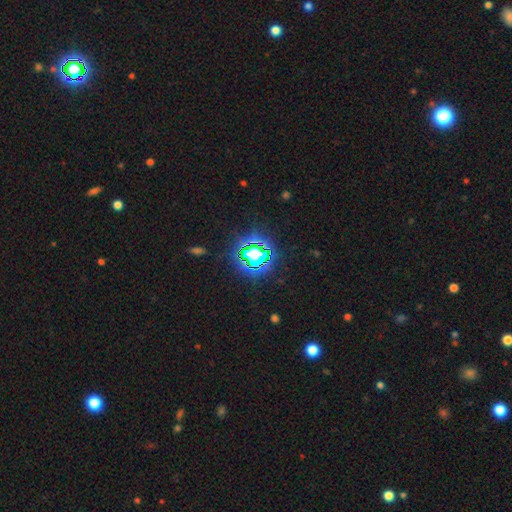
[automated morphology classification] Smooth or featured: star or artifact — 68% (smooth — 21%)